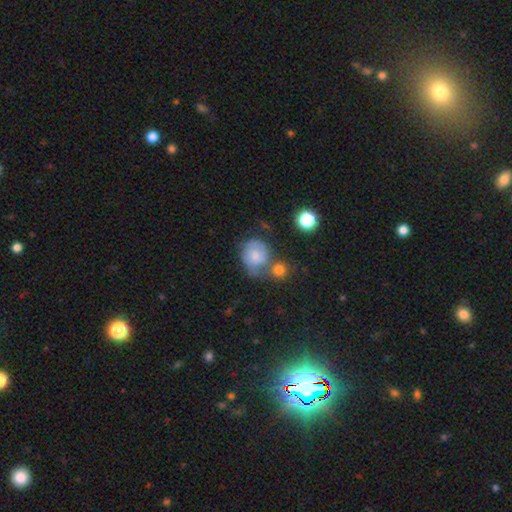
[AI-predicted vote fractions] The model was most divided on "merging": none: 36%, merger: 29%, minor disturbance: 22%, major disturbance: 13%. More confident: how rounded — round (70%); smooth or featured — smooth (56%).